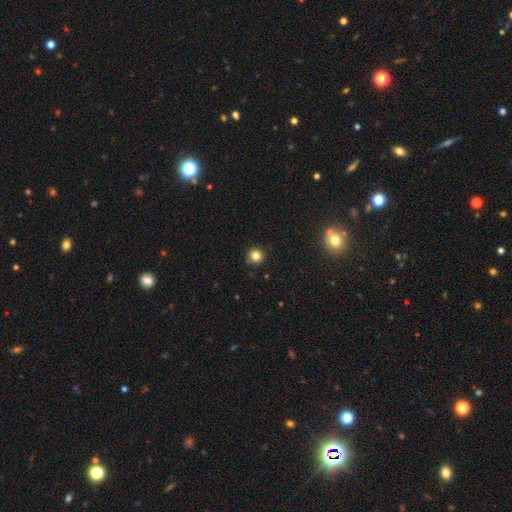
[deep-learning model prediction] Smooth or featured? Predicted: smooth (p=0.81). How rounded? Predicted: round (p=0.94). Merging? Predicted: none (p=0.89).